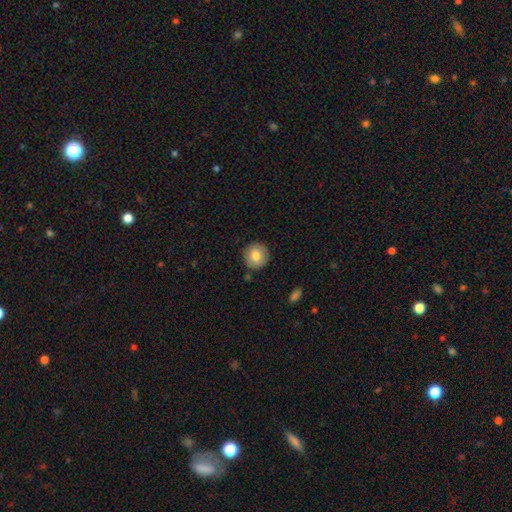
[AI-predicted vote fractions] Smooth or featured: smooth — 83% (featured or disk — 9%)
How rounded: round — 93% (in between — 6%)
Merging: none — 88% (minor disturbance — 8%)